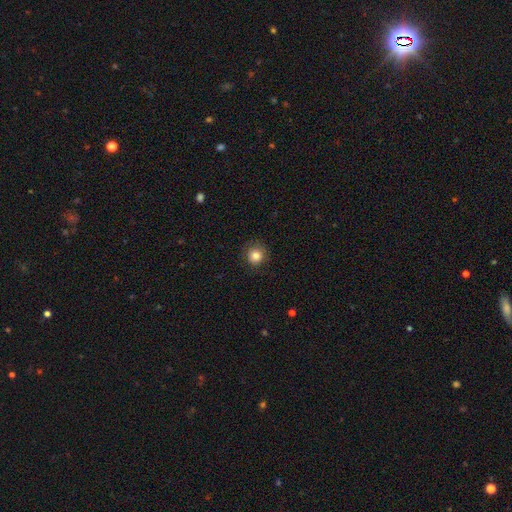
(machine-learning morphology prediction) The model was most divided on "smooth or featured": smooth: 81%, star or artifact: 11%, featured or disk: 8%. More confident: how rounded — round (93%); merging — none (85%).